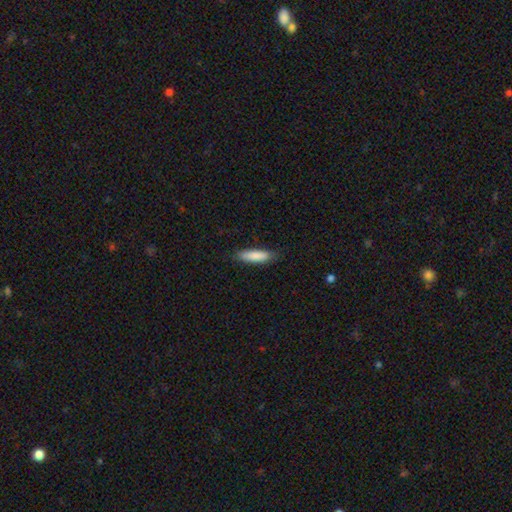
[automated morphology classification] Q: Smooth or featured?
A: smooth (85%); runner-up: featured or disk (9%)
Q: How rounded?
A: cigar-shaped (67%); runner-up: in between (32%)
Q: Merging?
A: none (83%); runner-up: minor disturbance (14%)